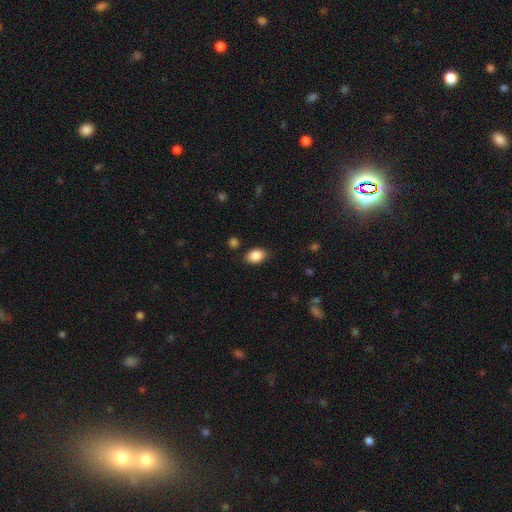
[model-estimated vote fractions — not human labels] smooth 88%, star or artifact 8%, featured or disk 4%. Down the decision tree: how rounded — in between (84%); merging — none (83%).